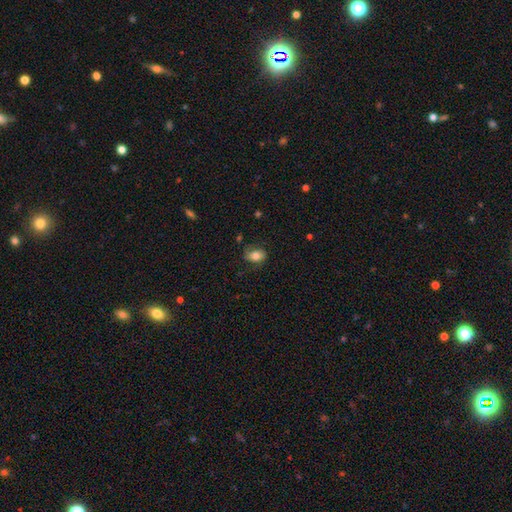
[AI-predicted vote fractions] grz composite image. It shows a smooth galaxy with no disk features (75%) that is in between round and cigar-shaped (80%). Merging: none (70%).